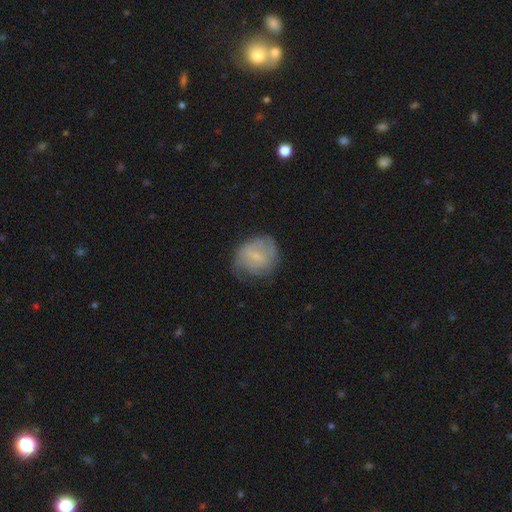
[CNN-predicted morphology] A smooth galaxy with no disk features (46%, tied with featured or disk). Merging: none (56%).